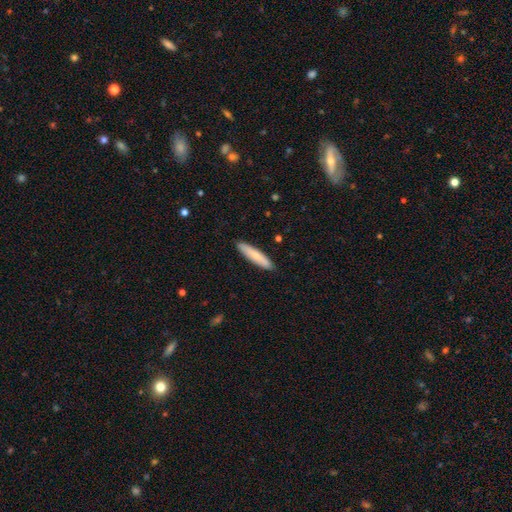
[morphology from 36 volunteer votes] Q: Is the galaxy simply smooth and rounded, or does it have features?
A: smooth — 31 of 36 (86%).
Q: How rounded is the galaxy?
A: cigar-shaped — 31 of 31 (100%).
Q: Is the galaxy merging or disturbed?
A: none — 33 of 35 (94%).